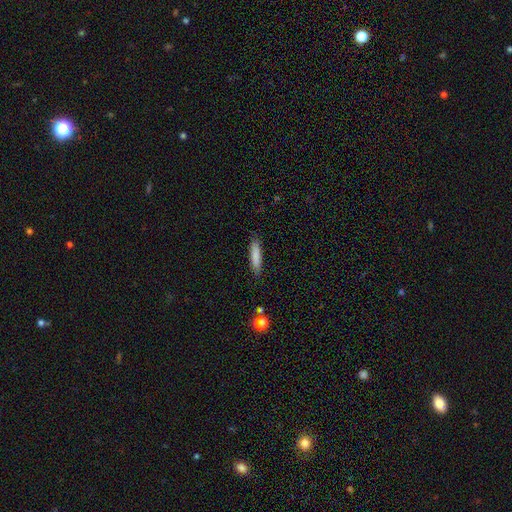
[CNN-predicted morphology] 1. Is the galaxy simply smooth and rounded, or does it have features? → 83% smooth, 10% featured or disk, 7% star or artifact.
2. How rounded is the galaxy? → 81% cigar-shaped, 18% in between, 1% round.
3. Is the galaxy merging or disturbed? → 87% none, 10% minor disturbance, 2% major disturbance, 1% merger.